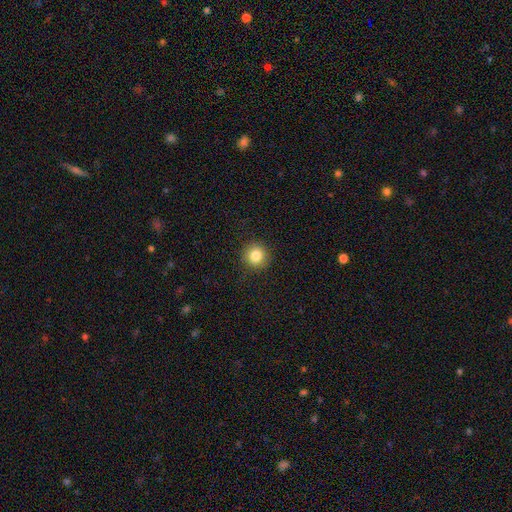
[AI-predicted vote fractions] smooth-or-featured: smooth: 83% | star or artifact: 11% | featured or disk: 6%
  how-rounded: round: 93% | in between: 6% | cigar-shaped: 1%
  merging: none: 91% | minor disturbance: 6% | major disturbance: 2% | merger: 1%